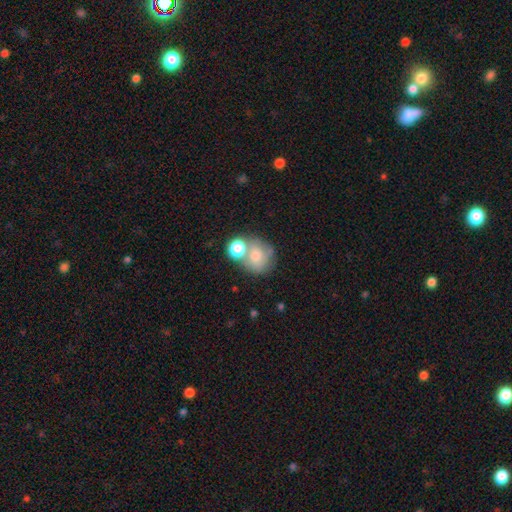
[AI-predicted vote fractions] Morphology: type=smooth (69%); roundness=round (74%); merging=merger (43%).